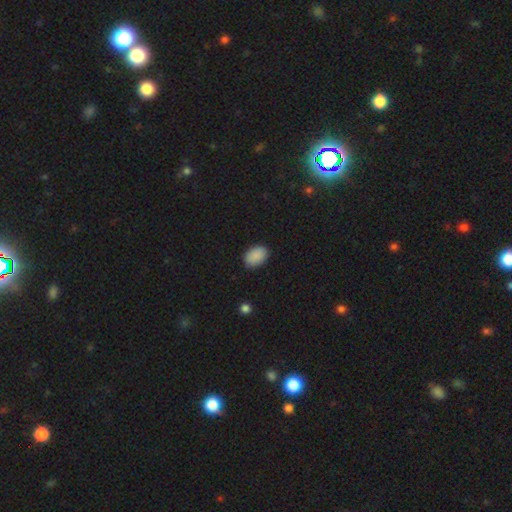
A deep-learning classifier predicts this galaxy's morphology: Q: Smooth or featured?
A: smooth (89%); runner-up: star or artifact (8%)
Q: How rounded?
A: in between (88%); runner-up: round (11%)
Q: Merging?
A: none (86%); runner-up: minor disturbance (11%)